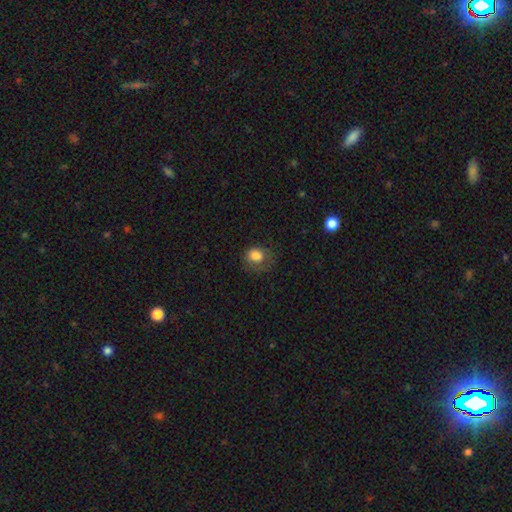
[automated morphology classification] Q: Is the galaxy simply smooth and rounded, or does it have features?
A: smooth — 81%.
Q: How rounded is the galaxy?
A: round — 61%.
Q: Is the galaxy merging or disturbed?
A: none — 49%.